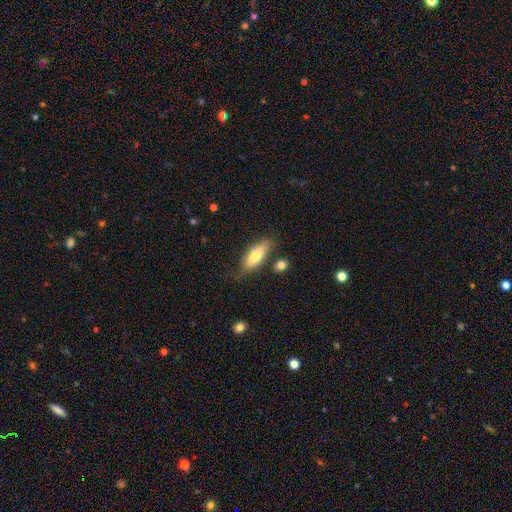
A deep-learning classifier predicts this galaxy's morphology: Smooth or featured: smooth — 72% (featured or disk — 22%)
How rounded: in between — 67% (cigar-shaped — 30%)
Merging: none — 65% (minor disturbance — 23%)